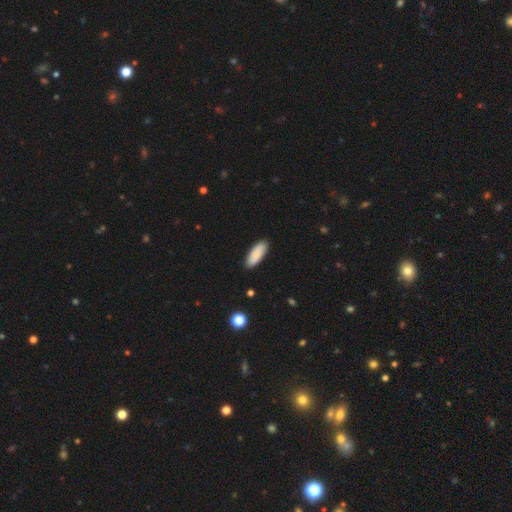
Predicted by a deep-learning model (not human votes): A smooth galaxy with no disk features (88%) that is in between round and cigar-shaped (72%). Merging: none (88%).